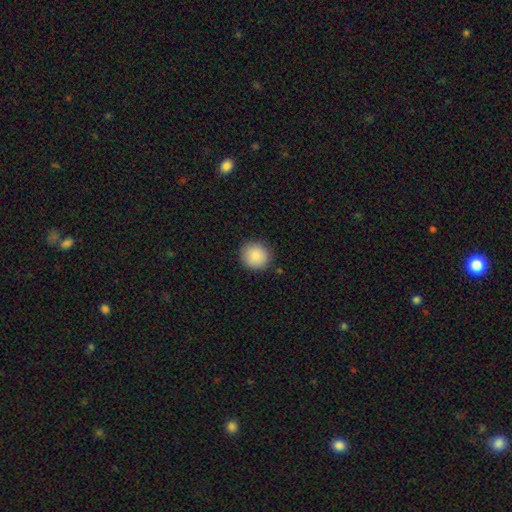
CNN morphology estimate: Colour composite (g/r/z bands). It shows a smooth galaxy with no disk features (87%) that is round (93%). Merging: none (89%).